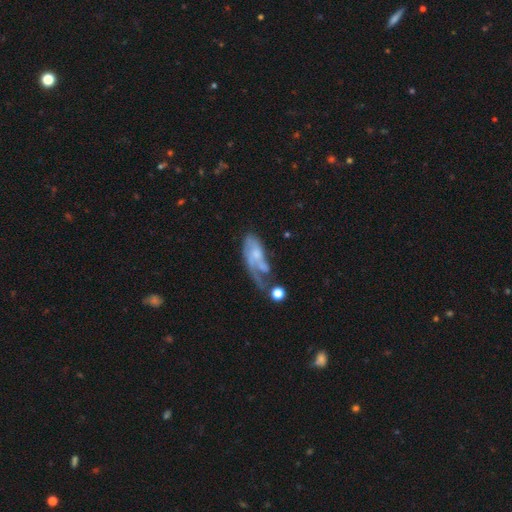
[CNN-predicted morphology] smooth-or-featured: featured or disk: 62% | smooth: 30% | star or artifact: 8%
  disk-edge-on: no: 91% | yes: 9%
    bar: no: 71% | weak: 23% | strong: 5%
    has-spiral-arms: yes: 71% | no: 29%
    bulge-size: small: 43% | moderate: 30% | none: 21% | large: 4% | dominant: 2%
  merging: major disturbance: 39% | none: 24% | minor disturbance: 19% | merger: 18%